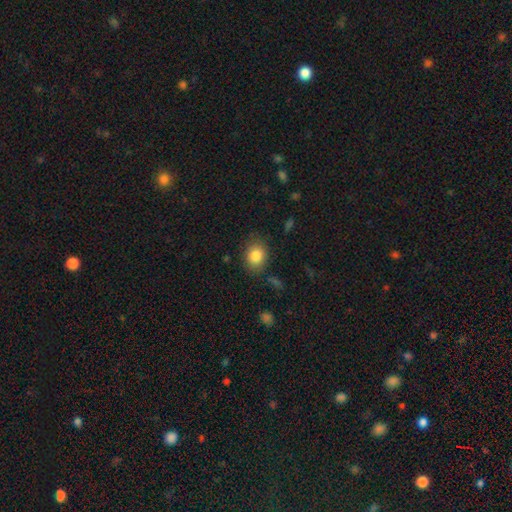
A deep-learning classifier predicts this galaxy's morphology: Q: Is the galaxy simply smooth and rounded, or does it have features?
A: smooth — 84%.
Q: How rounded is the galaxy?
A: round — 50%.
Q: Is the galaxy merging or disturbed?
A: none — 82%.